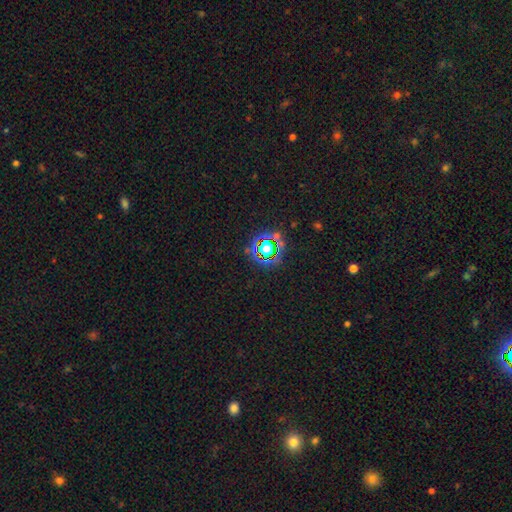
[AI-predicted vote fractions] This appears to be a star or artifact, not a galaxy (71%).